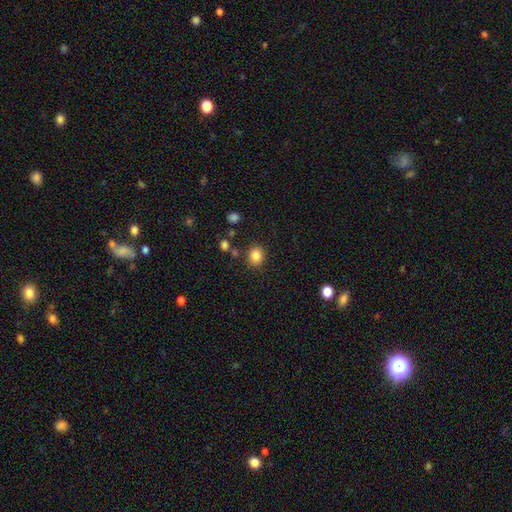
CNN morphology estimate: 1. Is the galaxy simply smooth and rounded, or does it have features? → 85% smooth, 11% star or artifact, 5% featured or disk.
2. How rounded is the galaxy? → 74% round, 26% in between, 1% cigar-shaped.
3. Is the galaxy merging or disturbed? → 85% none, 9% minor disturbance, 4% merger, 3% major disturbance.